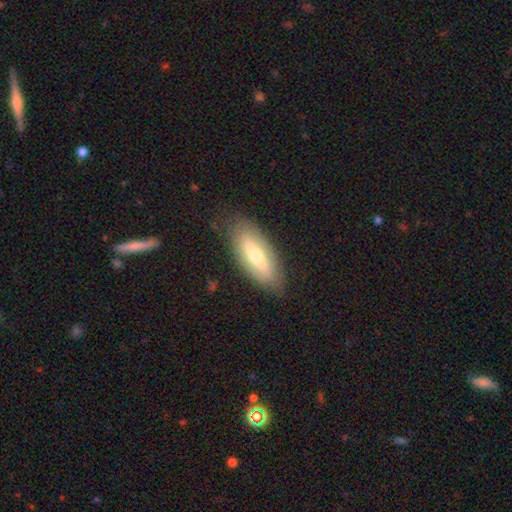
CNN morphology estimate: smooth 55%, featured or disk 39%, star or artifact 6%. Down the decision tree: how rounded — in between (74%); merging — none (82%).